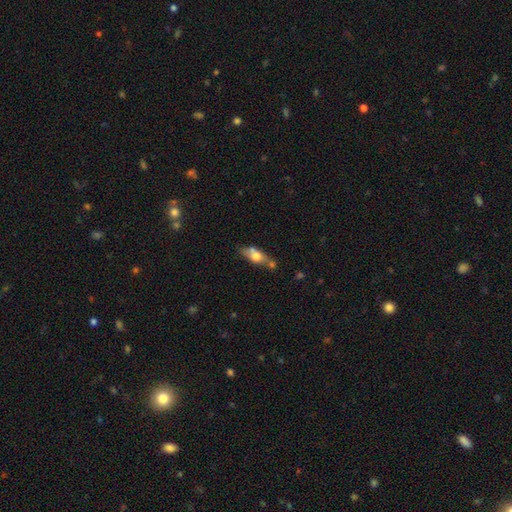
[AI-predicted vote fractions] The model was most divided on "smooth or featured": smooth: 58%, featured or disk: 34%, star or artifact: 8%. More confident: how rounded — in between (64%); merging — none (51%).